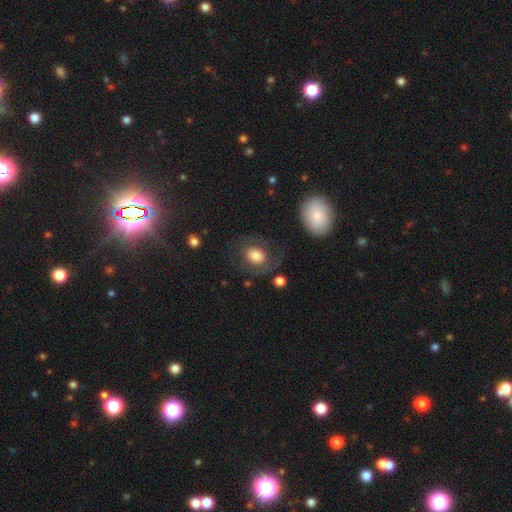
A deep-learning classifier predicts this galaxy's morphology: Smooth or featured? smooth (58%)
How rounded? round (56%)
Merging? none (65%)